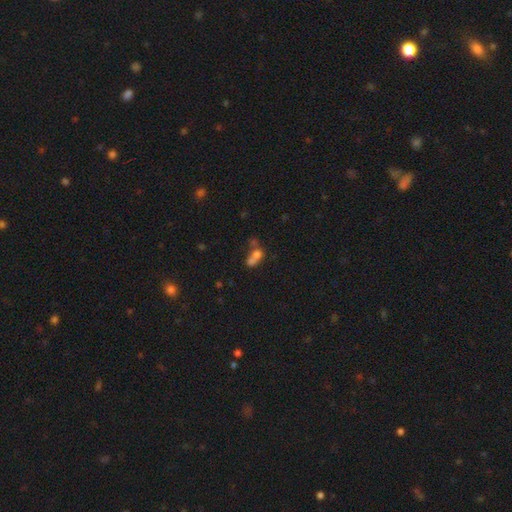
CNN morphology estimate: A smooth galaxy with no disk features (65%) that is in between round and cigar-shaped (56%). Merging: merger (58%).